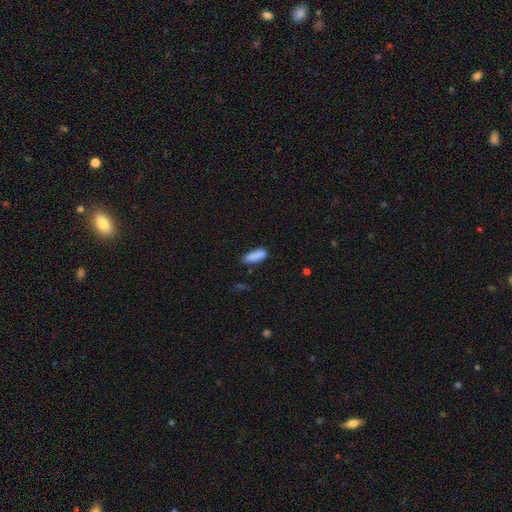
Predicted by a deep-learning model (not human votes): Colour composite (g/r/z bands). It shows a smooth galaxy with no disk features (87%) that is in between round and cigar-shaped (58%). Merging: none (74%).